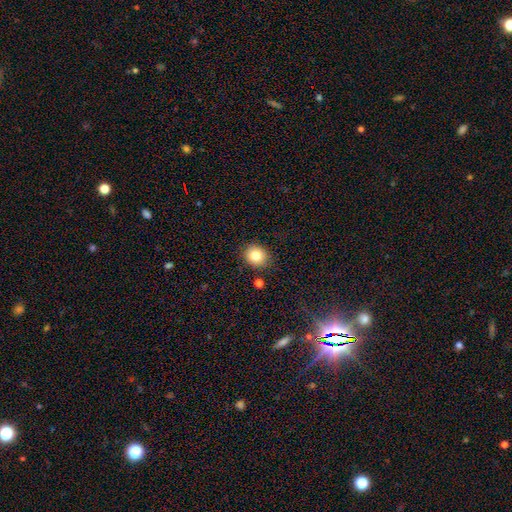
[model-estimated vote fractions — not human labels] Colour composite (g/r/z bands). It shows a smooth galaxy with no disk features (80%) that is round (75%). Merging: none (87%).